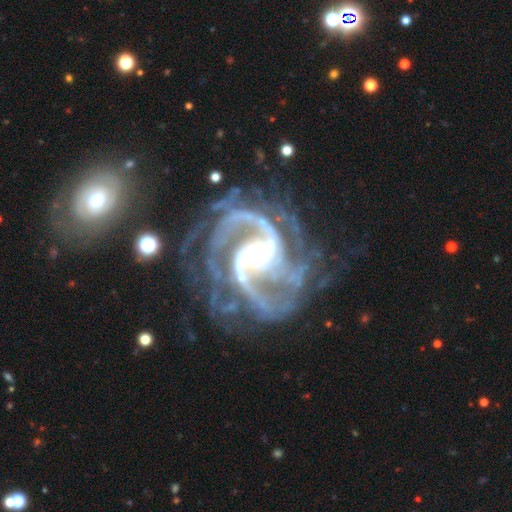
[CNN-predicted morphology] Smooth or featured? featured or disk (94%)
Edge-on disk? no (98%)
Bar? strong (38%)
Spiral arms? yes (99%)
Spiral winding? medium (58%)
Spiral arm count? 2 (52%)
Bulge size? moderate (57%)
Merging? none (65%)